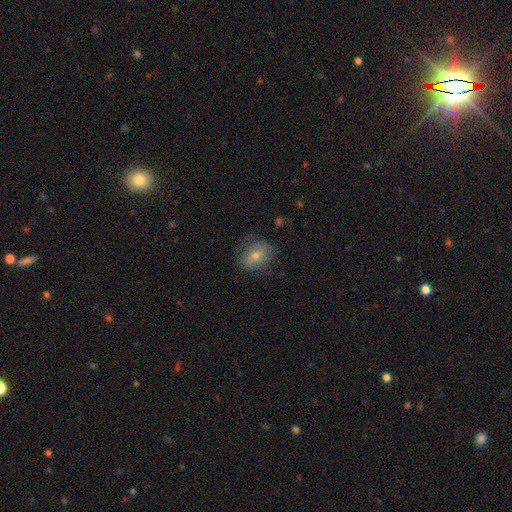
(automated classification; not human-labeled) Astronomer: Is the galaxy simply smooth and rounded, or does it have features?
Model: smooth — 57%.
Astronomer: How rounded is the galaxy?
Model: round — 58% (runner-up: in between, 40%).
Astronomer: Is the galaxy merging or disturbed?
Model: none — 73%.